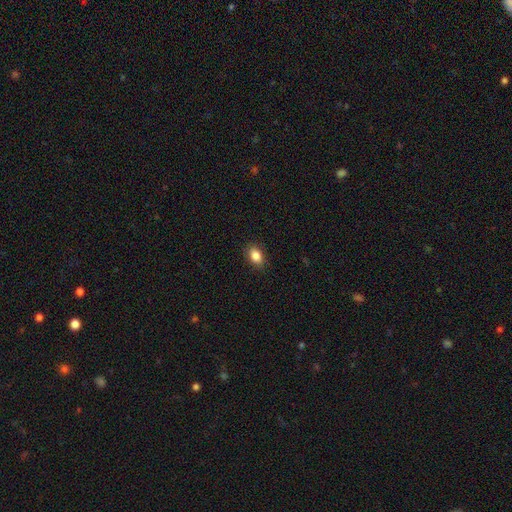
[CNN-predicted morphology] This appears to be a smooth galaxy with no disk features (86%) that is in between round and cigar-shaped (80%). Merging: none (88%).